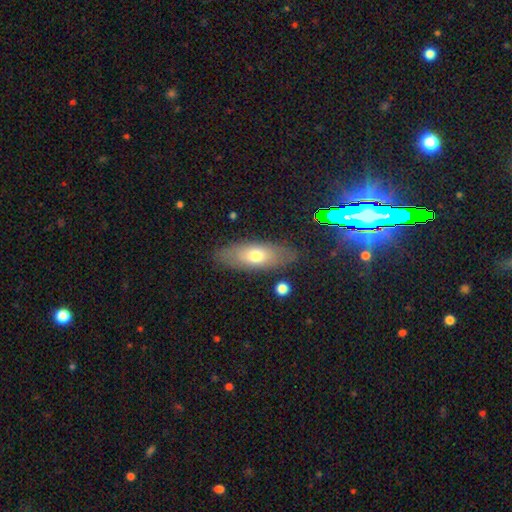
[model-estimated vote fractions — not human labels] A smooth galaxy with no disk features (62%) that is in between round and cigar-shaped (69%). Merging: none (82%).